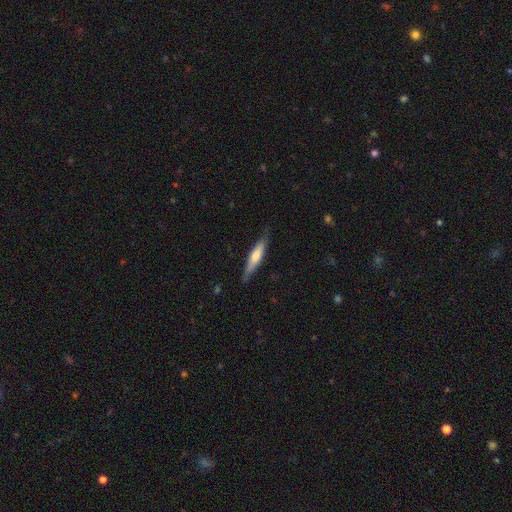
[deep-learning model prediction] The model was most divided on "smooth or featured": smooth: 54%, featured or disk: 41%, star or artifact: 5%. More confident: how rounded — cigar-shaped (86%); merging — none (79%).